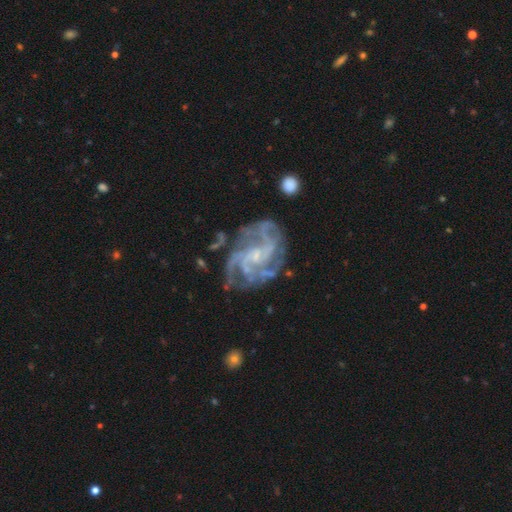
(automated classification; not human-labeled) Smooth or featured: featured or disk — 89% (star or artifact — 6%)
Edge-on disk: no — 98% (yes — 2%)
Bar: no — 54% (weak — 36%)
Spiral arms: yes — 97% (no — 3%)
Spiral winding: medium — 46% (tight — 43%)
Spiral arm count: 4 — 27% (3 — 23%)
Bulge size: small — 69% (moderate — 19%)
Merging: none — 67% (minor disturbance — 19%)